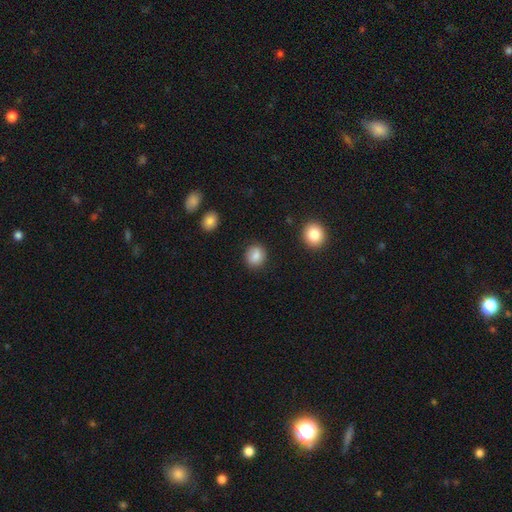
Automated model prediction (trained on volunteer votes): A smooth galaxy with no disk features (84%) that is round (75%). Merging: none (85%).